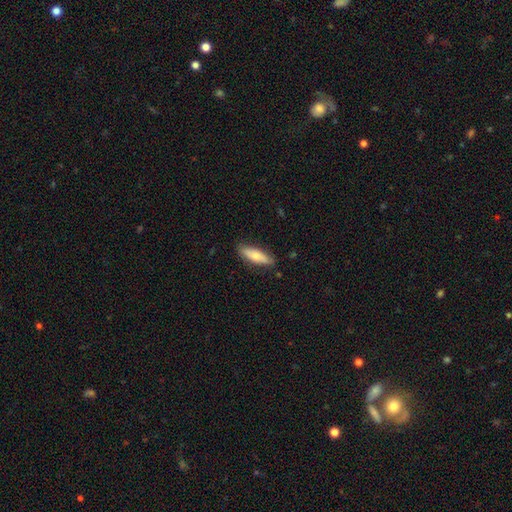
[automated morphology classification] type=smooth (71%); roundness=cigar-shaped (50%); merging=none (85%).